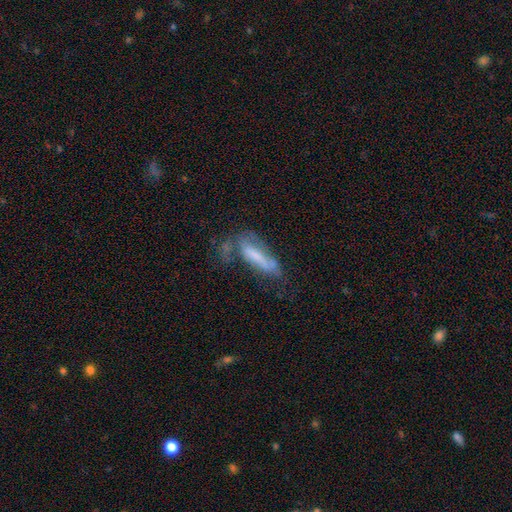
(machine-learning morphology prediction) Smooth or featured? Predicted: smooth (p=0.47). Merging? Predicted: none (p=0.34).